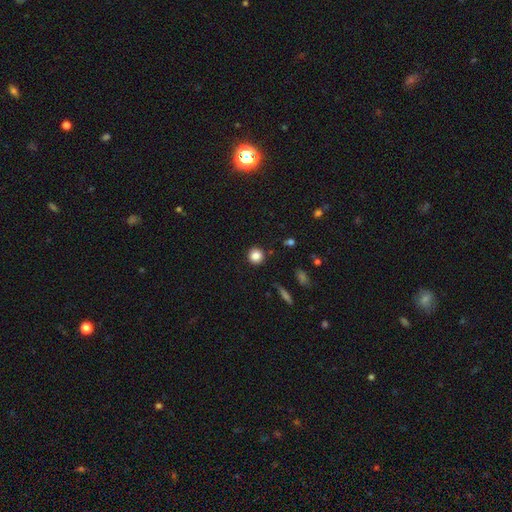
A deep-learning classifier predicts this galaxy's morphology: Smooth or featured: smooth — 85% (star or artifact — 11%)
How rounded: round — 93% (in between — 6%)
Merging: none — 90% (minor disturbance — 6%)